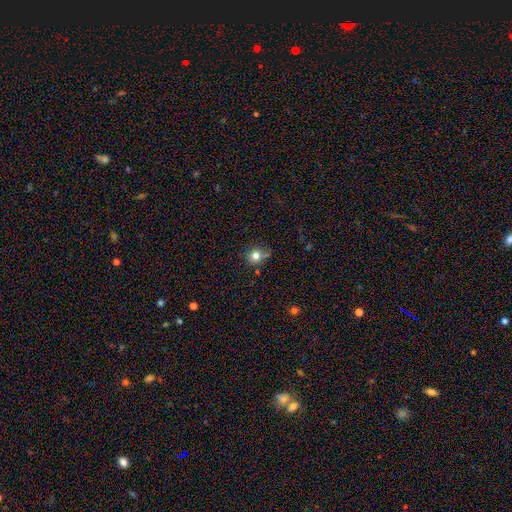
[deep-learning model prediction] A smooth galaxy with no disk features (78%) that is round (82%).

Vote fractions:
- Smooth or featured? smooth: 78% / star or artifact: 13% / featured or disk: 9%
- How rounded? round: 82% / in between: 17% / cigar-shaped: 1%
- Merging? none: 66% / minor disturbance: 20% / merger: 8% / major disturbance: 6%